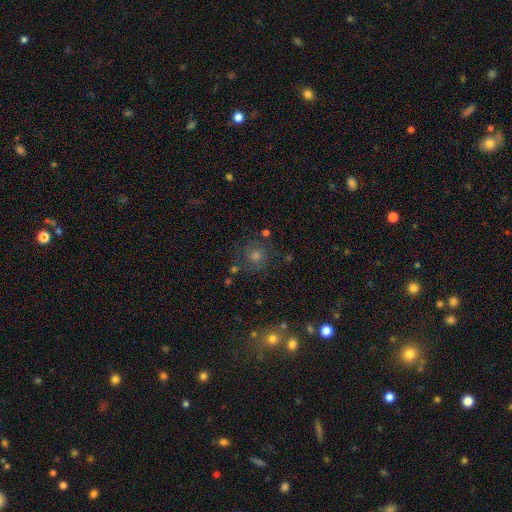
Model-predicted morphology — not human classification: smooth-or-featured: smooth: 50% | star or artifact: 34% | featured or disk: 16%
  how-rounded: round: 91% | in between: 8% | cigar-shaped: 1%
  merging: none: 81% | minor disturbance: 10% | major disturbance: 5% | merger: 5%